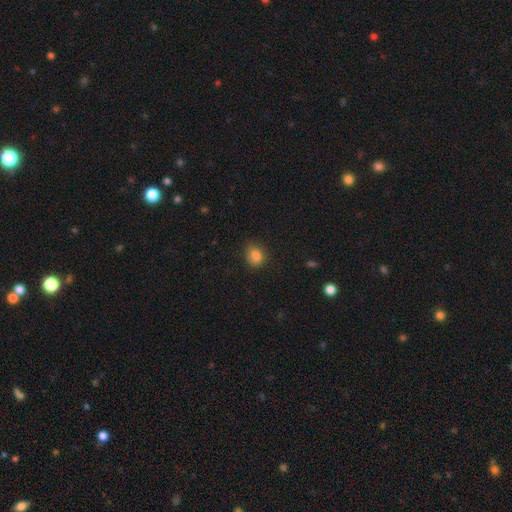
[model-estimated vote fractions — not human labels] Smooth or featured?
  - smooth: 84% *
  - star or artifact: 11%
  - featured or disk: 5%
How rounded?
  - round: 51% *
  - in between: 48%
  - cigar-shaped: 1%
Merging?
  - none: 76% *
  - minor disturbance: 19%
  - major disturbance: 4%
  - merger: 1%